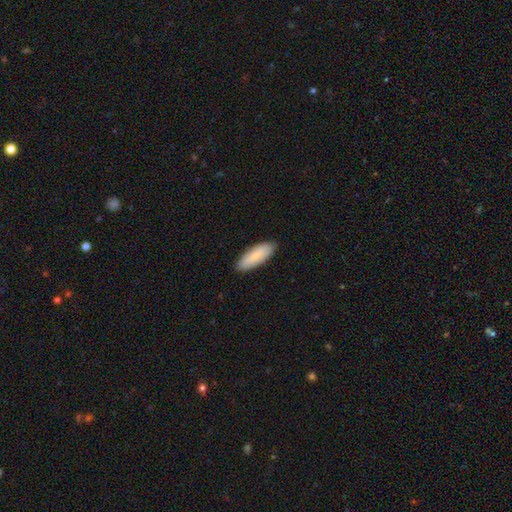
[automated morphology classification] Smooth or featured: smooth — 82% (featured or disk — 13%)
How rounded: in between — 63% (cigar-shaped — 36%)
Merging: none — 89% (minor disturbance — 9%)